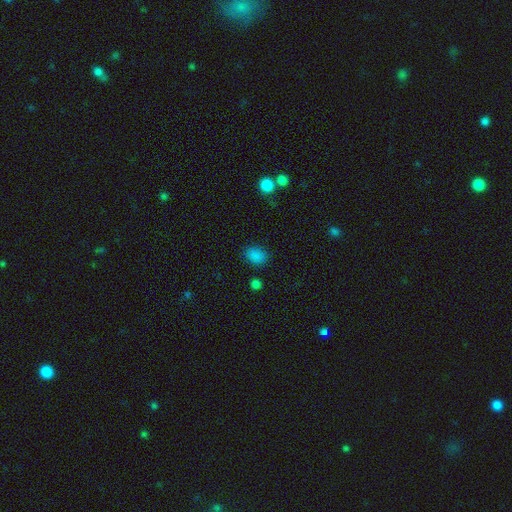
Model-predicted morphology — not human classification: smooth-or-featured: smooth: 83% | star or artifact: 13% | featured or disk: 3%
  how-rounded: in between: 69% | round: 30% | cigar-shaped: 1%
  merging: none: 82% | minor disturbance: 12% | major disturbance: 3% | merger: 3%